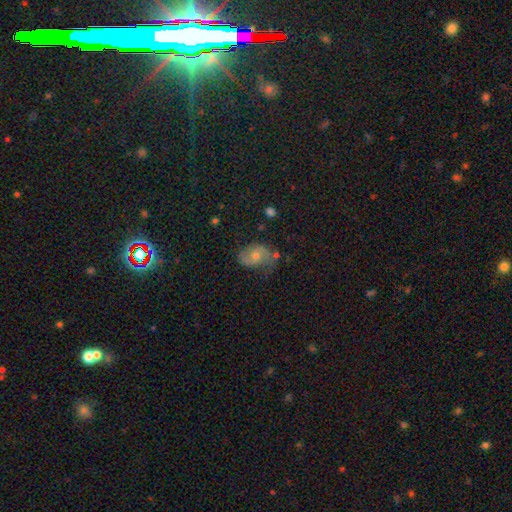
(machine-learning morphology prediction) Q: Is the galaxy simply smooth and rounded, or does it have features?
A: featured or disk — 61%.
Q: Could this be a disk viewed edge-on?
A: no — 97%.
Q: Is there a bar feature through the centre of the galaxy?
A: no — 64%.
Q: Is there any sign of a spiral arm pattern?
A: yes — 87%.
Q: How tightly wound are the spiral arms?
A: medium — 44%.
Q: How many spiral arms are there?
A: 2 — 72%.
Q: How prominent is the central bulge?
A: moderate — 50%.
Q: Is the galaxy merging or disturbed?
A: none — 57%.